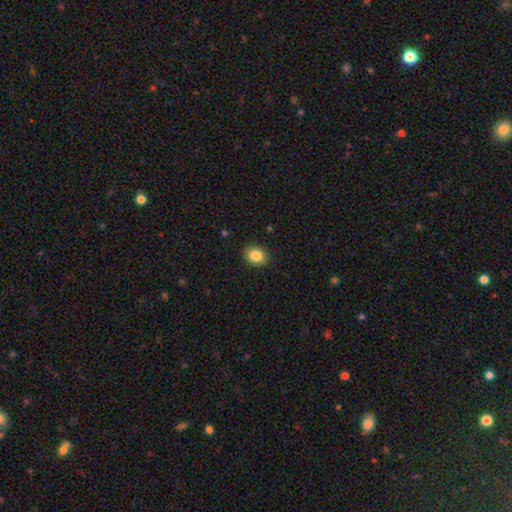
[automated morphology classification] Smooth or featured?
  - smooth: 85% *
  - star or artifact: 9%
  - featured or disk: 6%
How rounded?
  - in between: 52% *
  - round: 47%
  - cigar-shaped: 1%
Merging?
  - none: 89% *
  - minor disturbance: 8%
  - major disturbance: 2%
  - merger: 1%